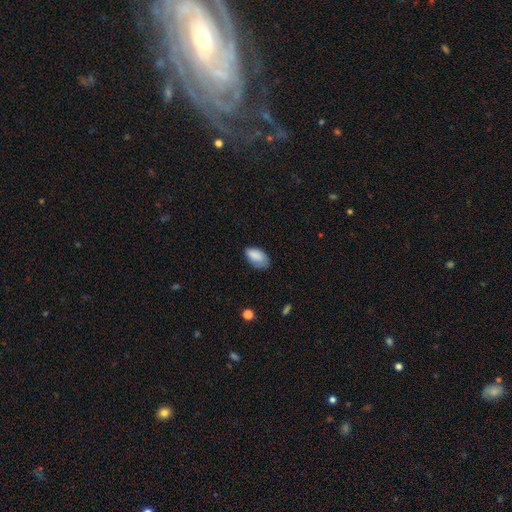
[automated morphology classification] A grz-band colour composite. It shows a smooth galaxy with no disk features (87%) that is in between round and cigar-shaped (94%). Merging: none (64%).